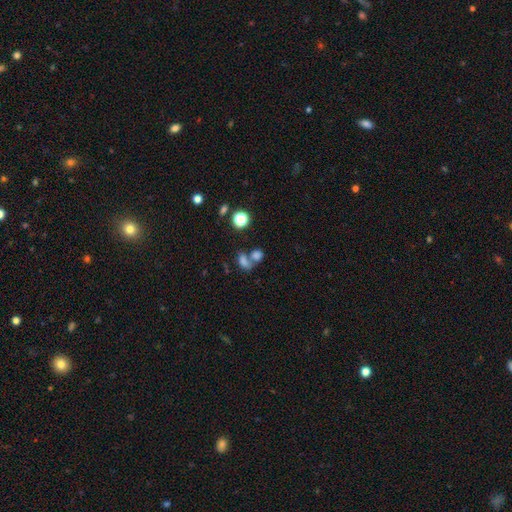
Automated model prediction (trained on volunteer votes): Morphology: type=smooth (74%); roundness=in between (61%); merging=merger (54%).